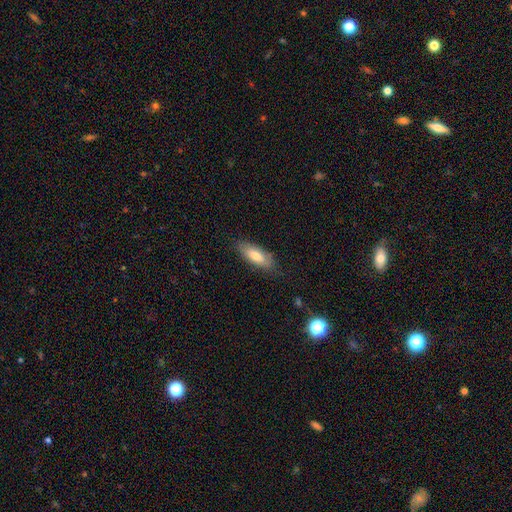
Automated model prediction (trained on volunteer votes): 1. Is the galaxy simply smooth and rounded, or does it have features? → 75% smooth, 18% featured or disk, 6% star or artifact.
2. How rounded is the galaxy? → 68% in between, 30% cigar-shaped, 2% round.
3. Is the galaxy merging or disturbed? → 82% none, 14% minor disturbance, 3% major disturbance, 1% merger.